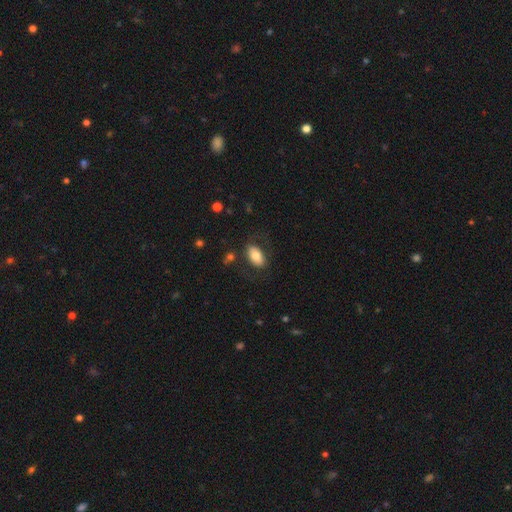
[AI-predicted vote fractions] Smooth or featured? Predicted: smooth (p=0.73). How rounded? Predicted: in between (p=0.93). Merging? Predicted: none (p=0.75).